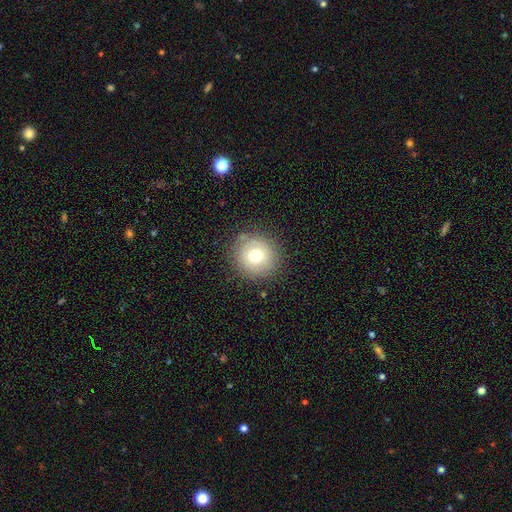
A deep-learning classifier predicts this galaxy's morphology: This appears to be a smooth galaxy with no disk features (71%) that is round (93%). Merging: none (84%).